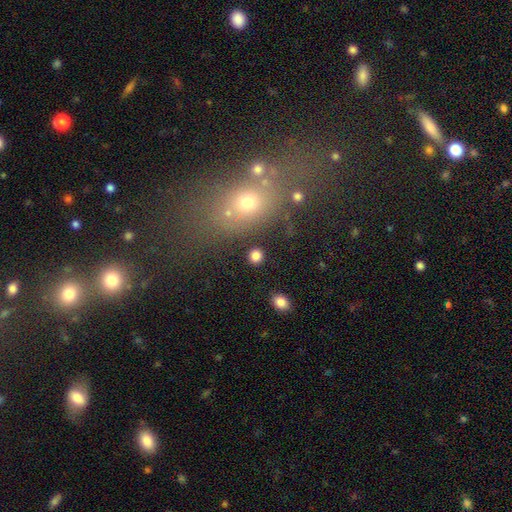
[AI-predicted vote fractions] Smooth or featured? Predicted: smooth (p=0.82). How rounded? Predicted: round (p=0.83). Merging? Predicted: none (p=0.87).